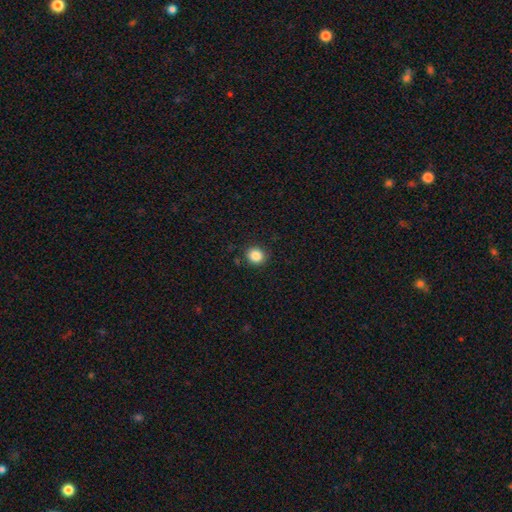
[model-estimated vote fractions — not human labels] smooth 86%, star or artifact 10%, featured or disk 4%. Down the decision tree: how rounded — round (84%); merging — none (88%).